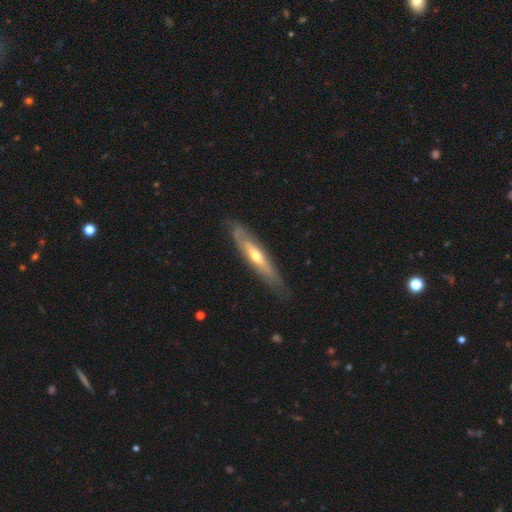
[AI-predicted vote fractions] smooth-or-featured: featured or disk: 61% | smooth: 34% | star or artifact: 5%
  disk-edge-on: yes: 71% | no: 29%
  merging: none: 78% | minor disturbance: 17% | major disturbance: 4% | merger: 1%